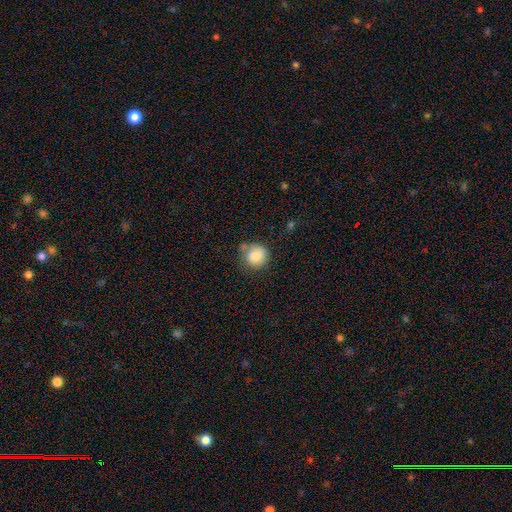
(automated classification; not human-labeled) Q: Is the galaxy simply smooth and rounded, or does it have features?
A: smooth — 84%.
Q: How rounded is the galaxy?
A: round — 87%.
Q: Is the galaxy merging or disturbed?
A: none — 63%.